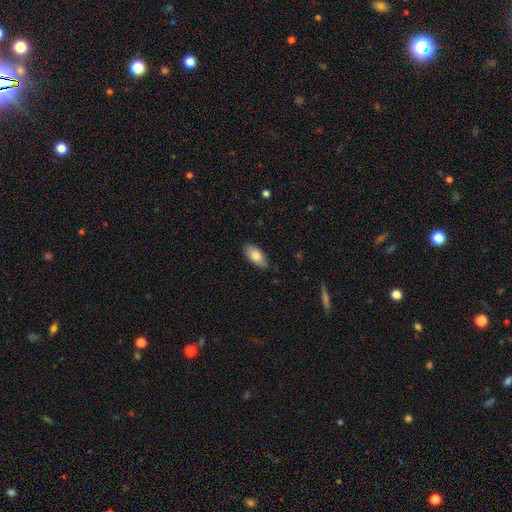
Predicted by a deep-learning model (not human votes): Morphology: type=smooth (78%); roundness=in between (90%); merging=none (85%).